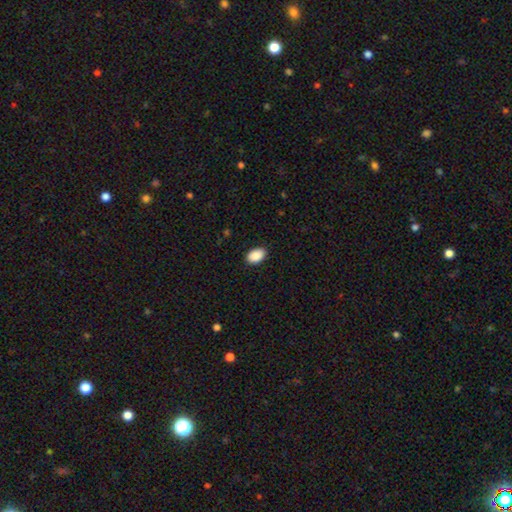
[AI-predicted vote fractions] Q: Smooth or featured?
A: smooth (90%); runner-up: star or artifact (7%)
Q: How rounded?
A: in between (89%); runner-up: round (10%)
Q: Merging?
A: none (88%); runner-up: minor disturbance (9%)